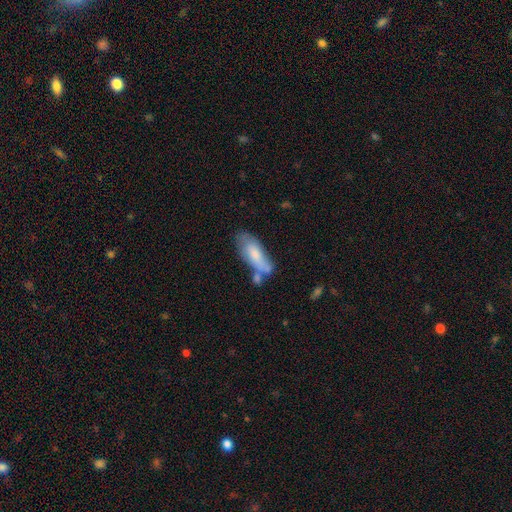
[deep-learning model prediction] Smooth or featured? smooth (71%)
How rounded? in between (65%)
Merging? none (45%)